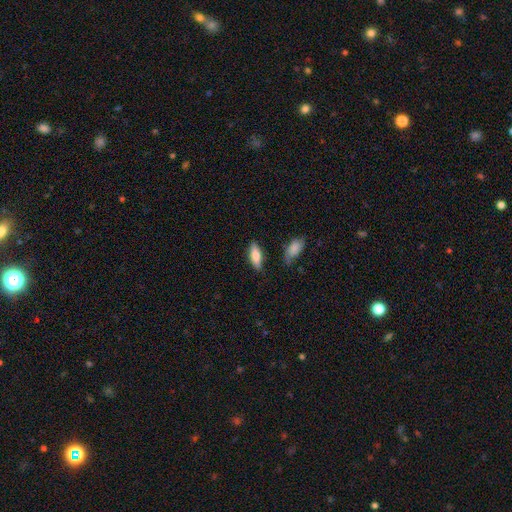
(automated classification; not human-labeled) smooth-or-featured: smooth: 73% | featured or disk: 21% | star or artifact: 6%
  how-rounded: in between: 69% | cigar-shaped: 29% | round: 2%
  merging: none: 79% | minor disturbance: 15% | major disturbance: 3% | merger: 3%